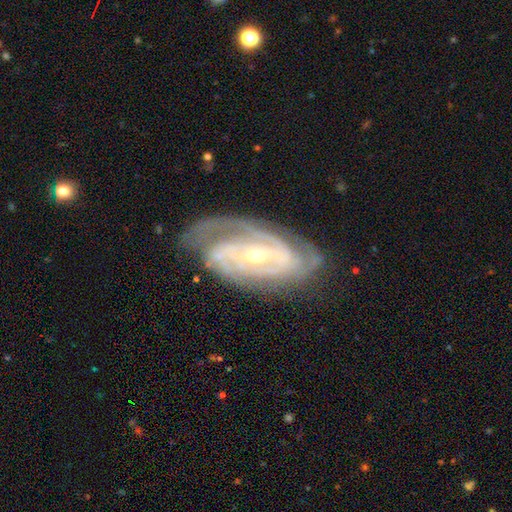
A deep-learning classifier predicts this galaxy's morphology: A featured or disk galaxy (89%) with a weak bar (37%), 2 (32%) tight (64%) spiral arms (97%) and a small central bulge (62%).

Vote fractions:
- Smooth or featured? featured or disk: 89% / smooth: 6% / star or artifact: 5%
- Edge-on disk? no: 95% / yes: 5%
- Bar? weak: 37% / no: 36% / strong: 27%
- Spiral arms? yes: 97% / no: 3%
- Spiral winding? tight: 64% / medium: 30% / loose: 5%
- Spiral arm count? 2: 32% / 3: 30% / can't tell: 19% / 4: 10% / 1: 5% / more than 4: 5%
- Bulge size? small: 62% / moderate: 35% / large: 1% / none: 1% / dominant: 1%
- Merging? none: 72% / minor disturbance: 20% / major disturbance: 7% / merger: 2%